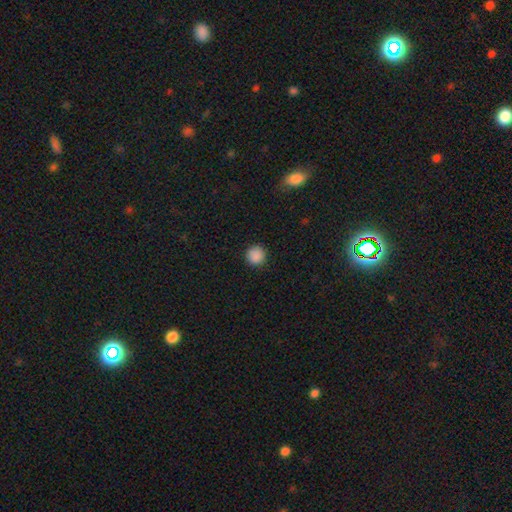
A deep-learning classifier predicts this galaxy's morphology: Smooth or featured? Predicted: smooth (p=0.89). How rounded? Predicted: round (p=0.95). Merging? Predicted: none (p=0.92).